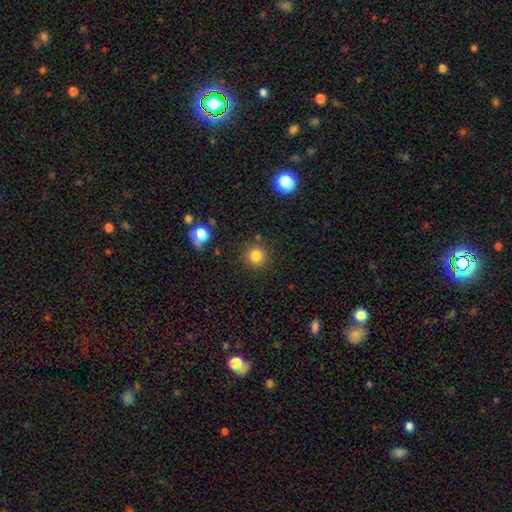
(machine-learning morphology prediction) Smooth or featured? Predicted: smooth (p=0.82). How rounded? Predicted: round (p=0.94). Merging? Predicted: none (p=0.86).